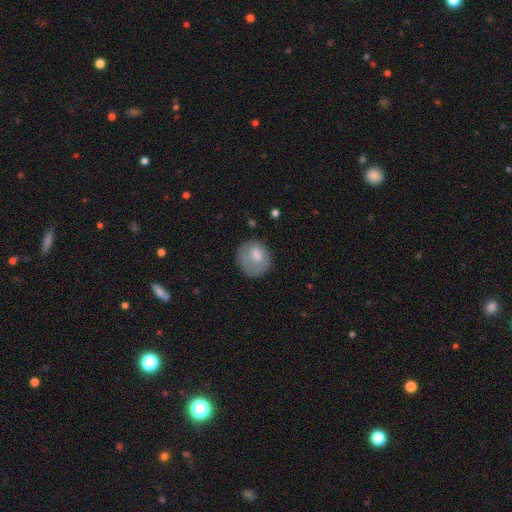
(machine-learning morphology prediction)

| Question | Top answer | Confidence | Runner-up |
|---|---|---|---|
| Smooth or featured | smooth | 71% | featured or disk (21%) |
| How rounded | round | 72% | in between (27%) |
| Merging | none | 54% | minor disturbance (26%) |